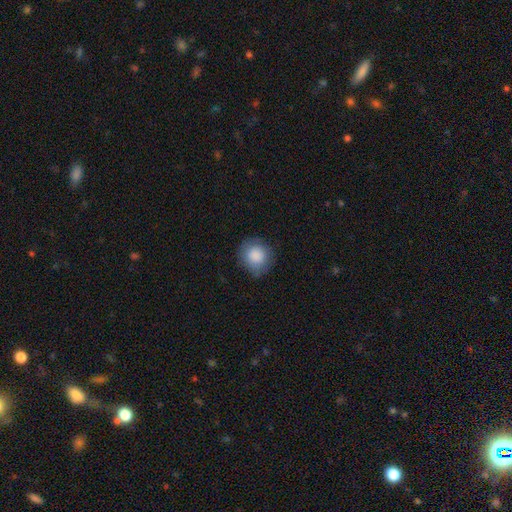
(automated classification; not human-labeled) A smooth galaxy with no disk features (86%) that is round (88%).

Vote fractions:
- Smooth or featured? smooth: 86% / star or artifact: 7% / featured or disk: 7%
- How rounded? round: 88% / in between: 11% / cigar-shaped: 1%
- Merging? none: 77% / minor disturbance: 18% / major disturbance: 5% / merger: 1%